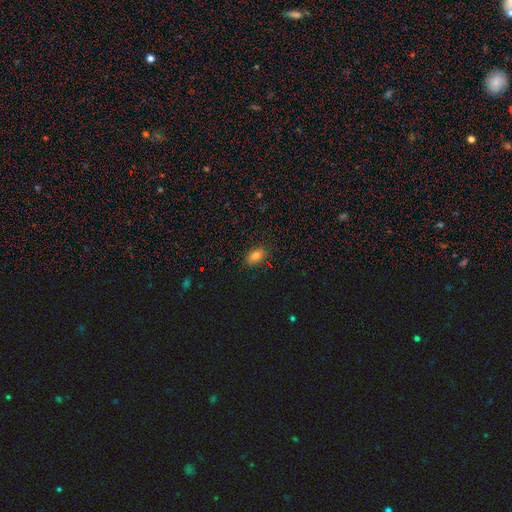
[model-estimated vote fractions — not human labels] Morphology: type=smooth (79%); roundness=in between (85%); merging=none (85%).